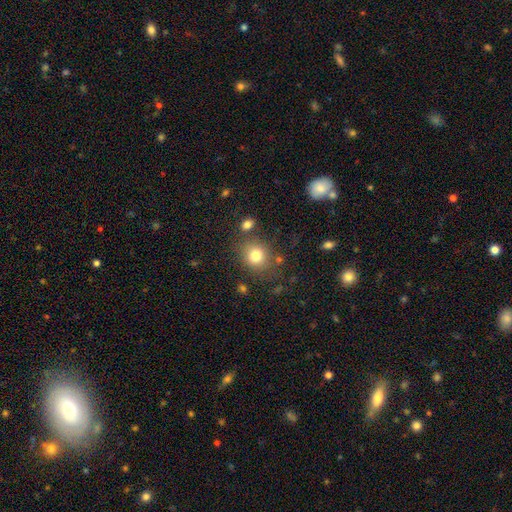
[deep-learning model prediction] Smooth or featured? Predicted: smooth (p=0.79). How rounded? Predicted: round (p=0.77). Merging? Predicted: none (p=0.77).